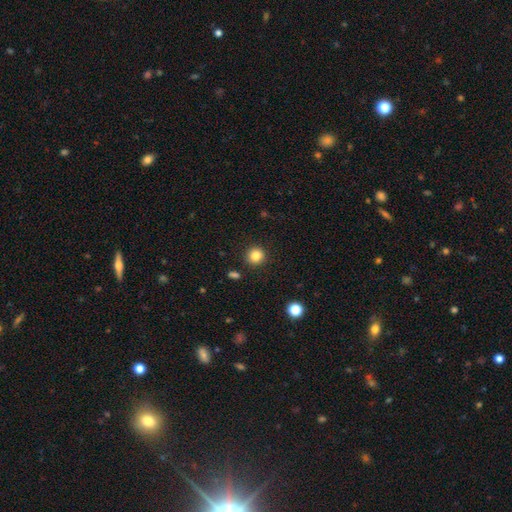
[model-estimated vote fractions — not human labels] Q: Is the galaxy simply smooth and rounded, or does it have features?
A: smooth — 84%.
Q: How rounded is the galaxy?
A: round — 93%.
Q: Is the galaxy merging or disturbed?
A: none — 91%.